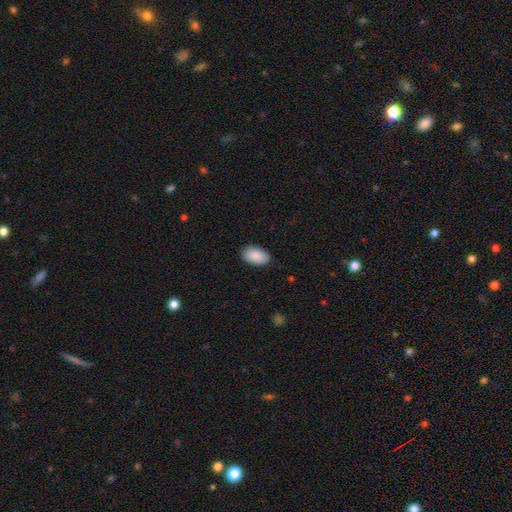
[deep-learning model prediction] The model was most divided on "merging": none: 86%, minor disturbance: 11%, major disturbance: 2%, merger: 1%. More confident: how rounded — in between (94%); smooth or featured — smooth (90%).